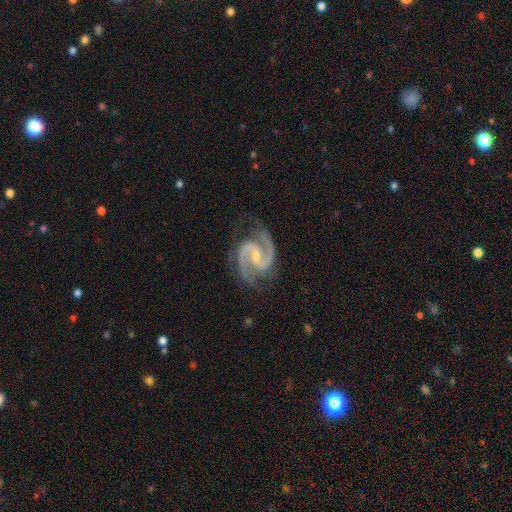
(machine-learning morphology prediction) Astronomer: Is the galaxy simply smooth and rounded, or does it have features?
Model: featured or disk — 95%.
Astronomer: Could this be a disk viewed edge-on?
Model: no — 98%.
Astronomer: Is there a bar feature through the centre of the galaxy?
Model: weak — 46% (runner-up: no, 33%).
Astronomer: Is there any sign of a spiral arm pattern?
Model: yes — 99%.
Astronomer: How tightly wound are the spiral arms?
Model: medium — 68%.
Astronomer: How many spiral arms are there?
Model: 2 — 94%.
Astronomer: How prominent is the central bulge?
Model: small — 63%.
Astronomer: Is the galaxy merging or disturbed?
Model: none — 78%.